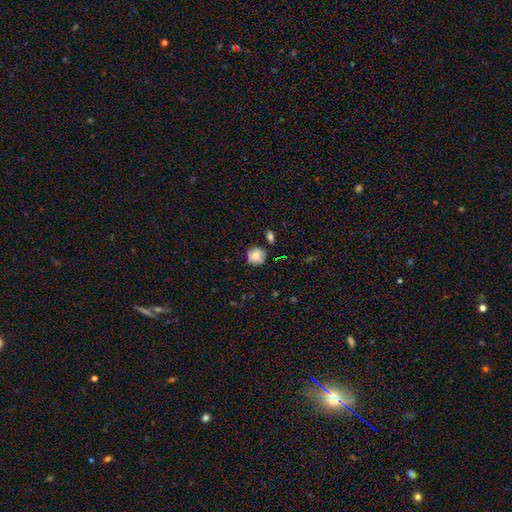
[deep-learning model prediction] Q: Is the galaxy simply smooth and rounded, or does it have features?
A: smooth — 82%.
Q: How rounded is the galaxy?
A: round — 89%.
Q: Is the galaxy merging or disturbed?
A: none — 76%.